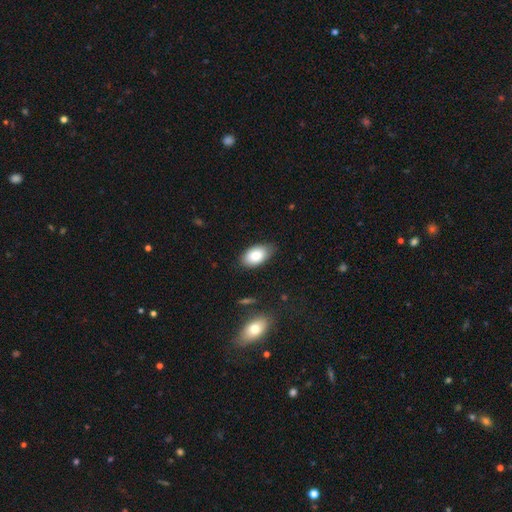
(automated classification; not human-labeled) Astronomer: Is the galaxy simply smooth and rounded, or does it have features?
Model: smooth — 82%.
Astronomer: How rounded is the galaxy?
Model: in between — 93%.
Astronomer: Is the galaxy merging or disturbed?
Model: none — 78%.